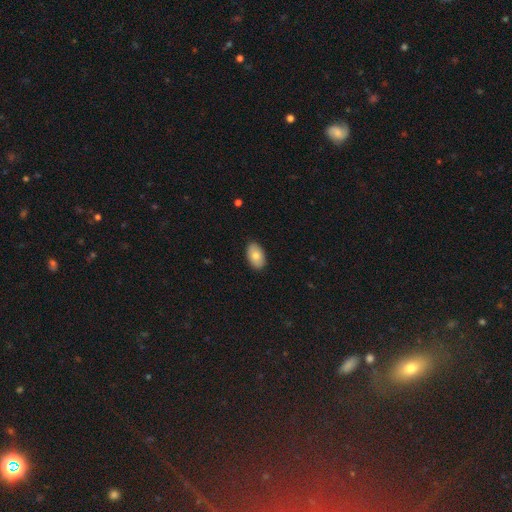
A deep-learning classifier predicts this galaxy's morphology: This is clearly a smooth galaxy (80%). How rounded: clearly in between (93%). Merging: clearly none (88%).